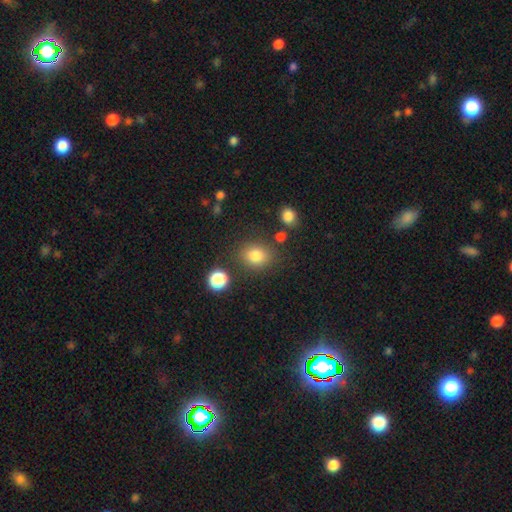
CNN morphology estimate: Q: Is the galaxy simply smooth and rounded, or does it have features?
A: smooth — 81%.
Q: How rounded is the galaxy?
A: round — 61%.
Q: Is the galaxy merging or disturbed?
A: none — 78%.